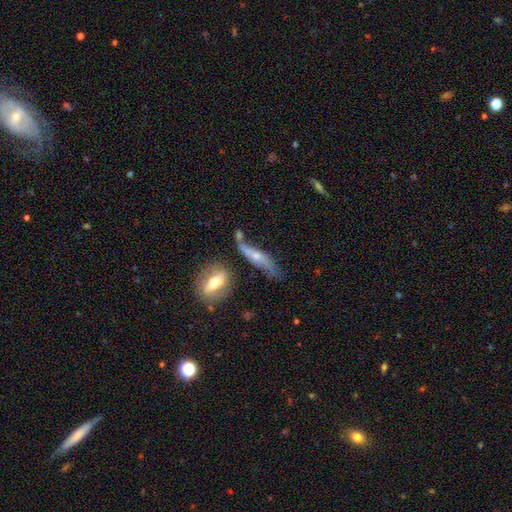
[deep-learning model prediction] Smooth or featured: featured or disk — 64% (smooth — 28%)
Edge-on disk: no — 58% (yes — 42%)
Merging: none — 43% (minor disturbance — 24%)